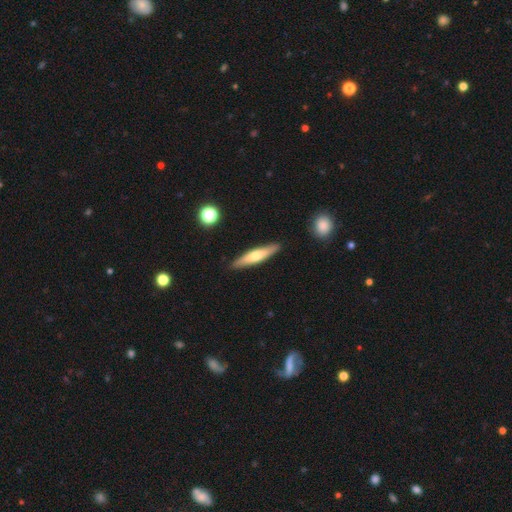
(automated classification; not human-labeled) Smooth or featured? Predicted: smooth (p=0.51). How rounded? Predicted: cigar-shaped (p=0.82). Merging? Predicted: none (p=0.89).